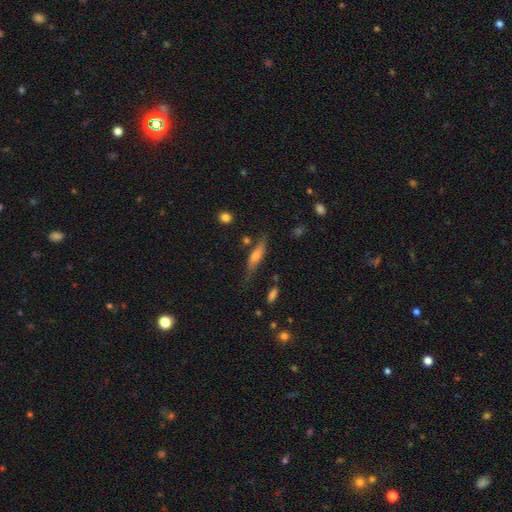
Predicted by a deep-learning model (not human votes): Overall: featured or disk (47%; smooth 46%). Merging: none (72%).